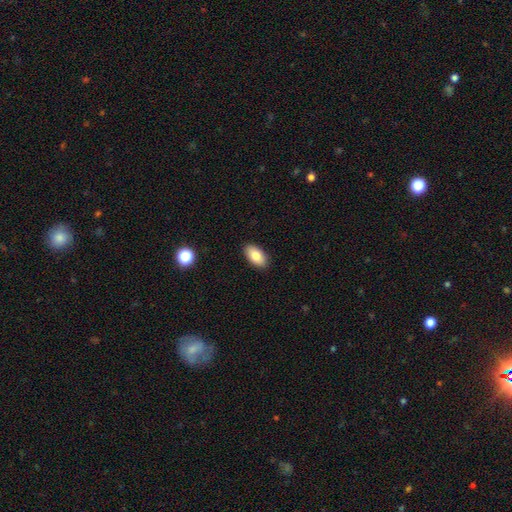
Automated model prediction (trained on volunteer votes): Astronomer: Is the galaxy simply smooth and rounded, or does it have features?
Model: smooth — 82%.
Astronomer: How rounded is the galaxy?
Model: in between — 93%.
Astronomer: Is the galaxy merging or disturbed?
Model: none — 90%.